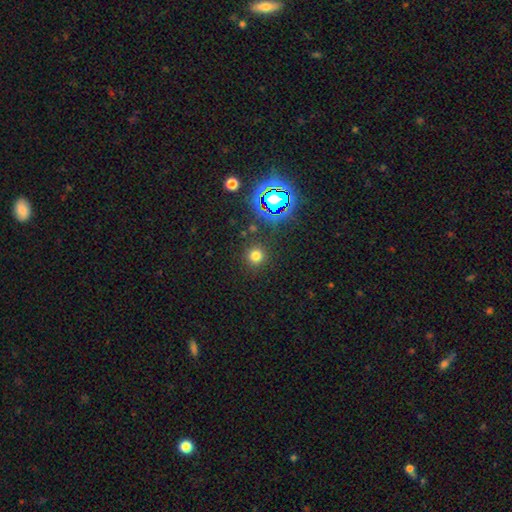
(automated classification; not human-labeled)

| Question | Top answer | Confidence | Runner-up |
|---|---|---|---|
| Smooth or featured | smooth | 72% | star or artifact (22%) |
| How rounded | round | 94% | in between (5%) |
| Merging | none | 88% | minor disturbance (6%) |